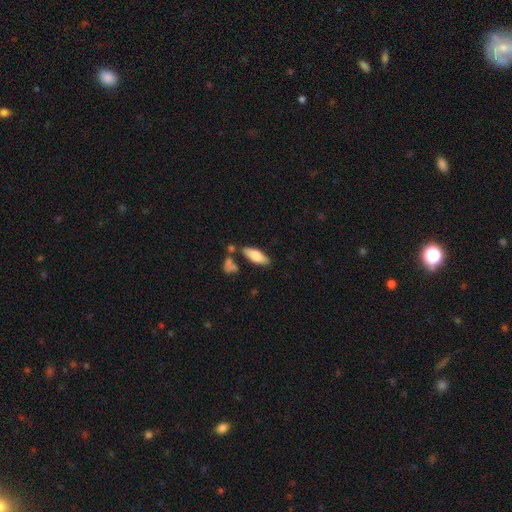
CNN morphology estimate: type=smooth (78%); roundness=in between (77%); merging=none (73%).